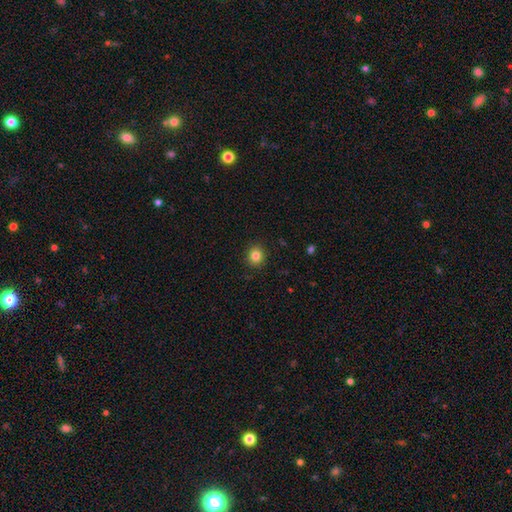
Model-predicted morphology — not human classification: smooth-or-featured: smooth: 83% | star or artifact: 11% | featured or disk: 6%
  how-rounded: round: 83% | in between: 16% | cigar-shaped: 1%
  merging: none: 91% | minor disturbance: 6% | major disturbance: 2% | merger: 1%